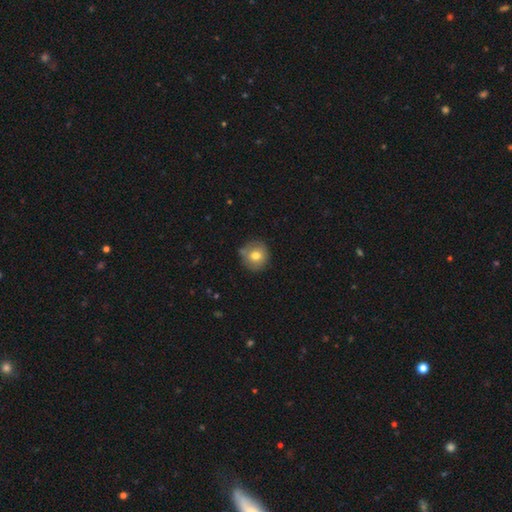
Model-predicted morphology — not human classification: A smooth galaxy with no disk features (75%) that is round (93%). Merging: none (78%).